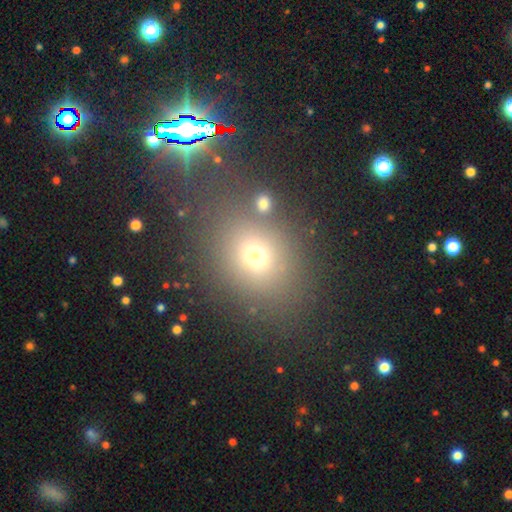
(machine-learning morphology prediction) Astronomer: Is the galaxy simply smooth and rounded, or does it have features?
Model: smooth — 61%.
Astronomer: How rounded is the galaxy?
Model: round — 60% (runner-up: in between, 38%).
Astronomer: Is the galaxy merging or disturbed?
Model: none — 77%.